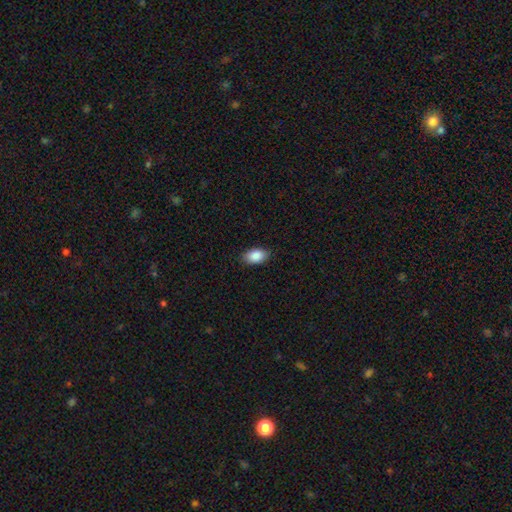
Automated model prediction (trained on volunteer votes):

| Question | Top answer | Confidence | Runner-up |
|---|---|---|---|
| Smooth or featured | smooth | 88% | star or artifact (7%) |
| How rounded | in between | 92% | round (6%) |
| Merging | none | 87% | minor disturbance (10%) |